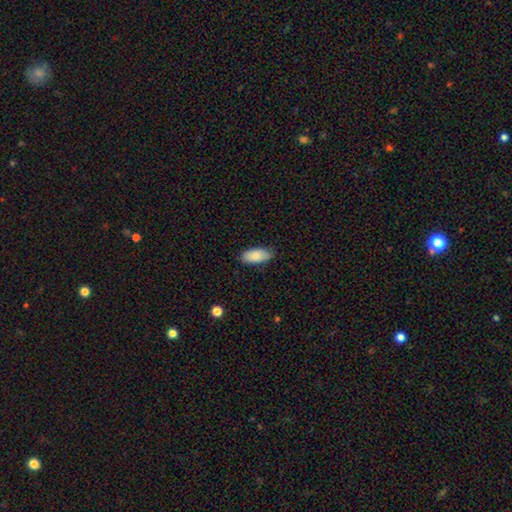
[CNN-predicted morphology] Smooth or featured?
  - smooth: 85% *
  - featured or disk: 9%
  - star or artifact: 6%
How rounded?
  - in between: 92% *
  - cigar-shaped: 6%
  - round: 2%
Merging?
  - none: 84% *
  - minor disturbance: 12%
  - major disturbance: 2%
  - merger: 1%